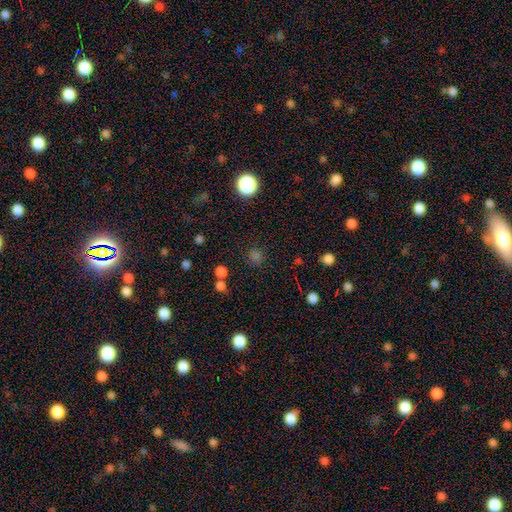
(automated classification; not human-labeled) A smooth galaxy with no disk features (66%) that is round (90%).

Vote fractions:
- Smooth or featured? smooth: 66% / star or artifact: 29% / featured or disk: 5%
- How rounded? round: 90% / in between: 9% / cigar-shaped: 1%
- Merging? none: 85% / minor disturbance: 8% / merger: 3% / major disturbance: 3%